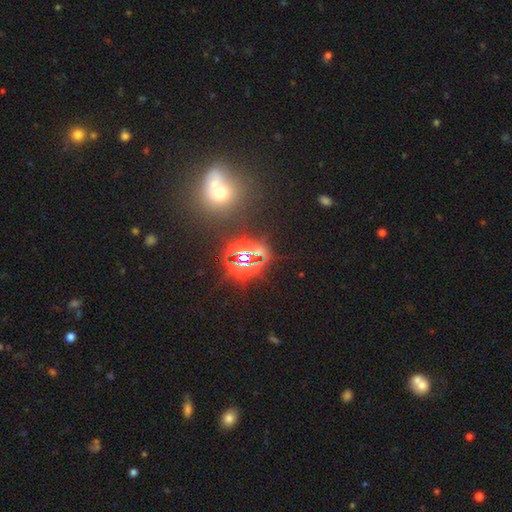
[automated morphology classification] Smooth or featured: star or artifact — 79% (smooth — 13%)